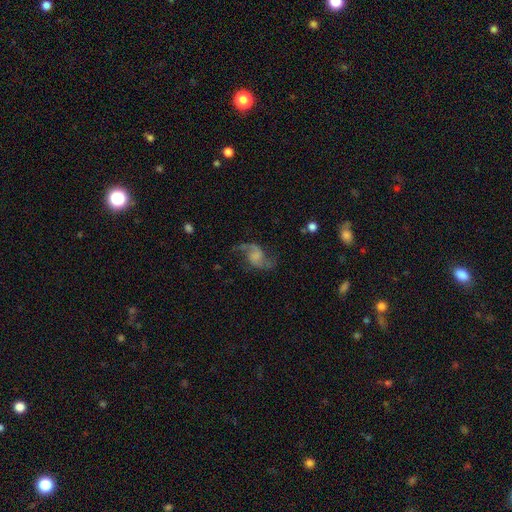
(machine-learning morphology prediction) featured or disk 83%, smooth 10%, star or artifact 7%. Down the decision tree: edge-on disk — no (98%); bar — no (58%); spiral arms — yes (95%); spiral arm count — 2 (92%); spiral winding — loose (71%); bulge size — none (46%); merging — none (67%).